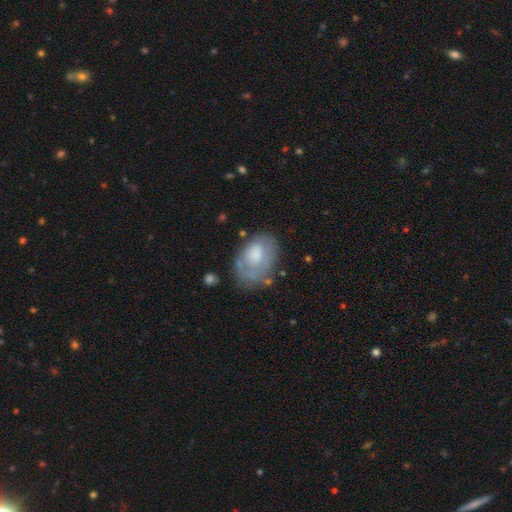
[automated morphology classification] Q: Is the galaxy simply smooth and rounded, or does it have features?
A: smooth — 56%.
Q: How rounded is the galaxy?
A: in between — 82%.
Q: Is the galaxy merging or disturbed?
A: none — 52%.